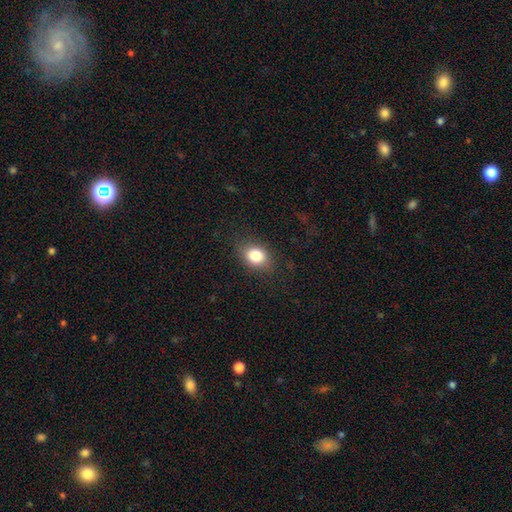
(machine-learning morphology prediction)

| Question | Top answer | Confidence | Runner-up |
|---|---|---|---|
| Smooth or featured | smooth | 82% | star or artifact (10%) |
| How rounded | in between | 59% | round (39%) |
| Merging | none | 81% | minor disturbance (13%) |